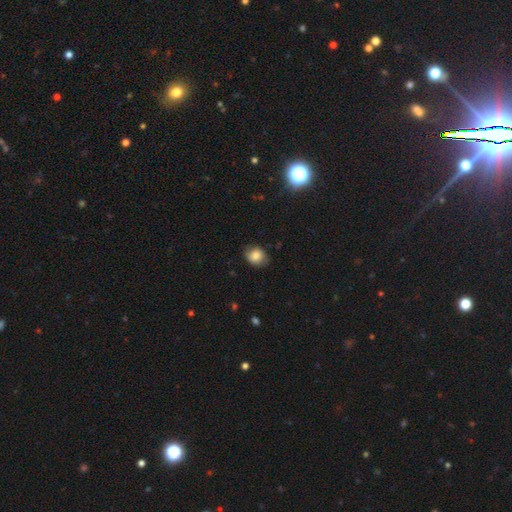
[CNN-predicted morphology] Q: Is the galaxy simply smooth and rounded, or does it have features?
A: smooth — 80%.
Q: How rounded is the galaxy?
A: round — 55%.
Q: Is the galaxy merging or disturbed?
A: none — 76%.